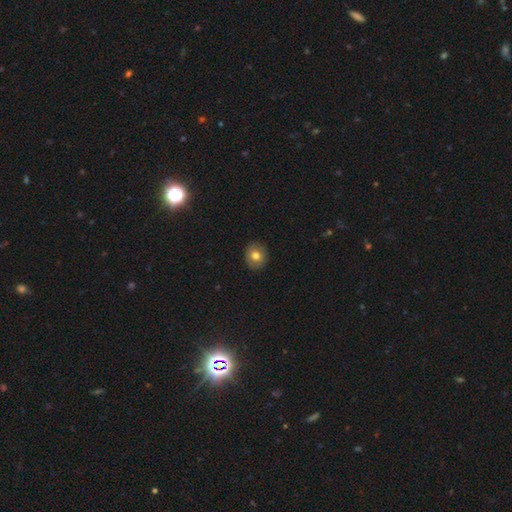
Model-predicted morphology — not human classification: smooth-or-featured: smooth: 73% | featured or disk: 18% | star or artifact: 9%
  how-rounded: round: 75% | in between: 24% | cigar-shaped: 1%
  merging: none: 89% | minor disturbance: 8% | major disturbance: 2% | merger: 1%